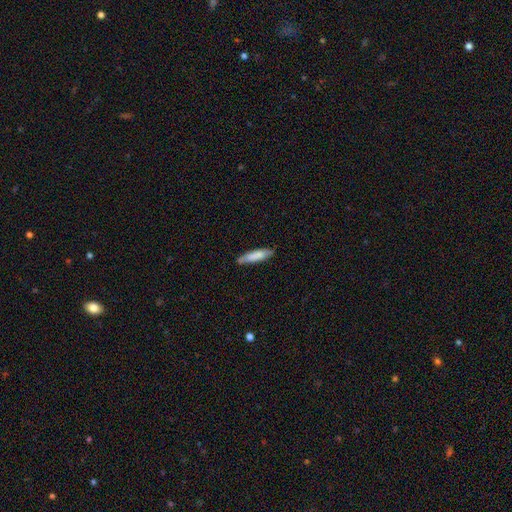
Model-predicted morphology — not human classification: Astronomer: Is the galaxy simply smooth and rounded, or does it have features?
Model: smooth — 79%.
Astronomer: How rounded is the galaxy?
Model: cigar-shaped — 78%.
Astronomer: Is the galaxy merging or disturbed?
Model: none — 76%.